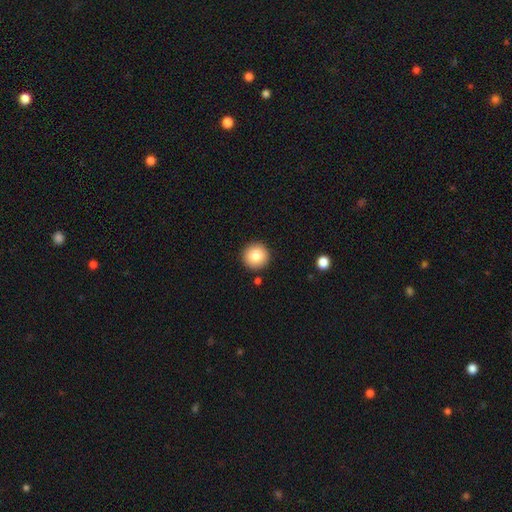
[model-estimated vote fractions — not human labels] The model was most divided on "smooth or featured": smooth: 83%, star or artifact: 9%, featured or disk: 8%. More confident: how rounded — round (96%); merging — none (90%).